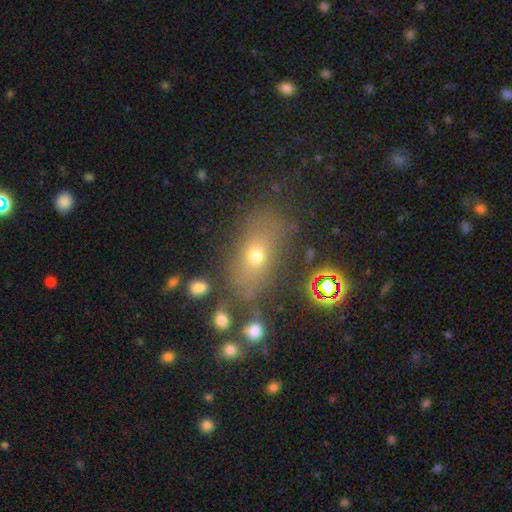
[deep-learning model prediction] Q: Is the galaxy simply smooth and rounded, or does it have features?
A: smooth — 57%.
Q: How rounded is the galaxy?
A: in between — 73%.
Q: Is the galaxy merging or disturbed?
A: none — 72%.